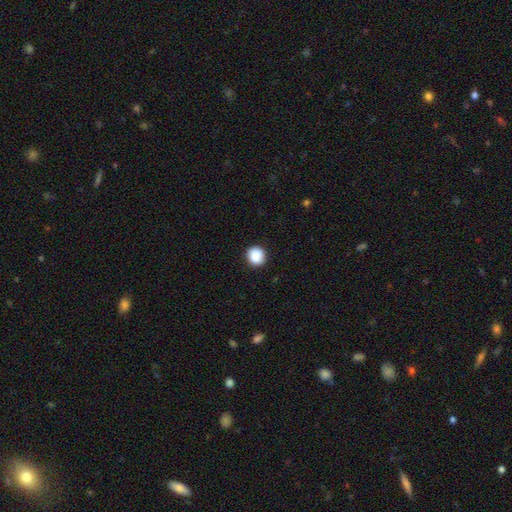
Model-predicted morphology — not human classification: Smooth or featured?
  - smooth: 88% *
  - star or artifact: 9%
  - featured or disk: 3%
How rounded?
  - round: 88% *
  - in between: 11%
  - cigar-shaped: 1%
Merging?
  - none: 89% *
  - minor disturbance: 8%
  - major disturbance: 2%
  - merger: 1%